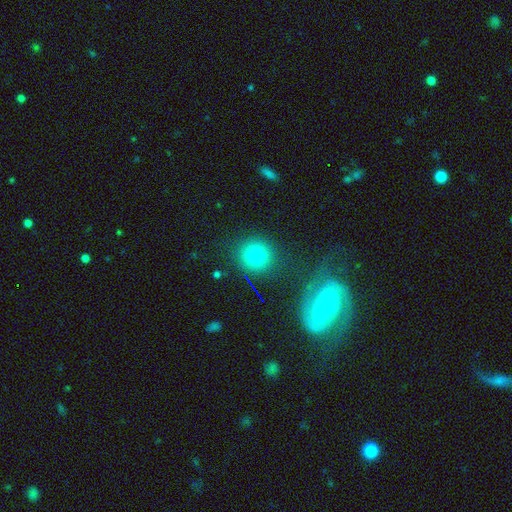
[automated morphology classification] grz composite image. It shows a smooth galaxy with no disk features (75%) that is round (91%). Merging: none (84%).